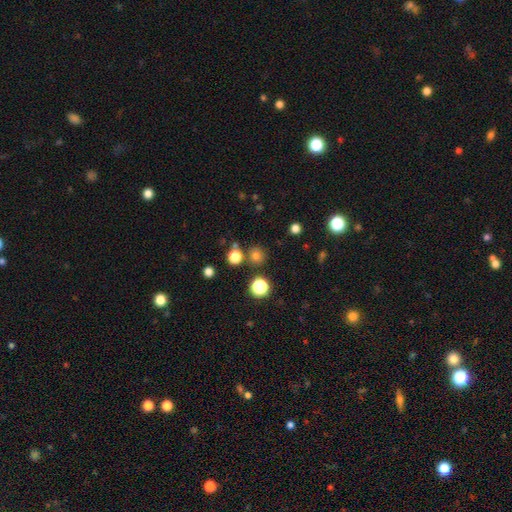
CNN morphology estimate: Smooth or featured?
  - smooth: 74% *
  - star or artifact: 20%
  - featured or disk: 6%
How rounded?
  - round: 92% *
  - in between: 7%
  - cigar-shaped: 1%
Merging?
  - none: 81% *
  - merger: 9%
  - minor disturbance: 7%
  - major disturbance: 3%